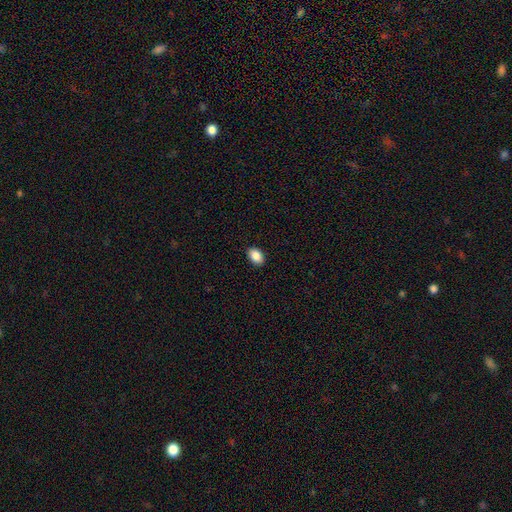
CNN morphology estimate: This is clearly a smooth galaxy (88%). How rounded: clearly in between (86%). Merging: clearly none (90%).